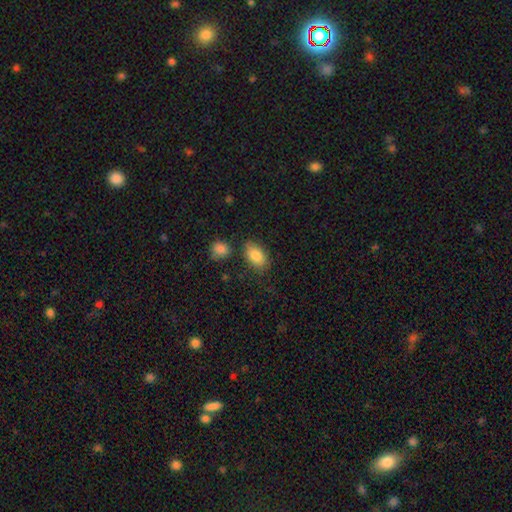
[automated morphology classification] This appears to be a smooth galaxy with no disk features (84%) that is in between round and cigar-shaped (91%). Merging: none (75%).